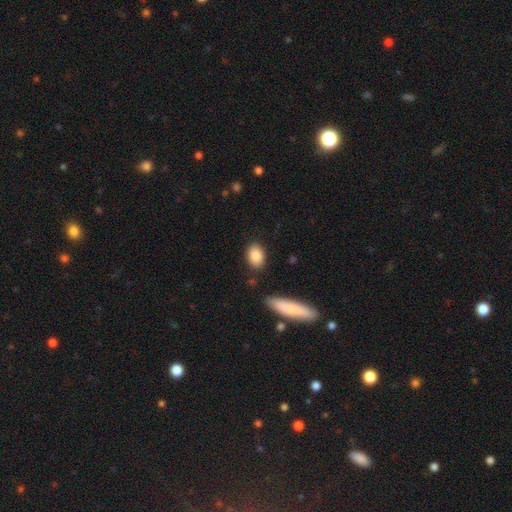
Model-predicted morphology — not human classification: Smooth or featured: smooth — 86% (star or artifact — 7%)
How rounded: in between — 83% (round — 15%)
Merging: none — 85% (minor disturbance — 10%)